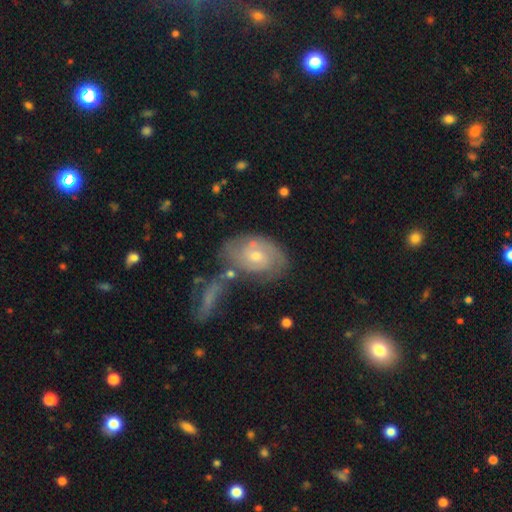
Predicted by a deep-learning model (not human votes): This is likely a featured or disk galaxy (75%). It is clearly not viewed edge-on (96%). Bar: possibly no (57%). Spiral arm pattern: clearly yes (91%). Spiral arm count: possibly 2 (55%). Spiral winding: possibly tight (56%). Central bulge: possibly moderate (50%). Merging: possibly none (60%).